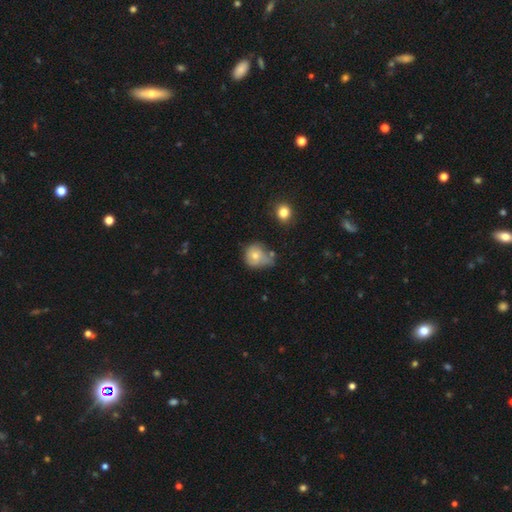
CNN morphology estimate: smooth_or_featured: smooth (p=0.69) [alt: featured or disk p=0.20]
how_rounded: round (p=0.76) [alt: in between p=0.23]
merging: none (p=0.36) [tied with: minor disturbance p=0.36]